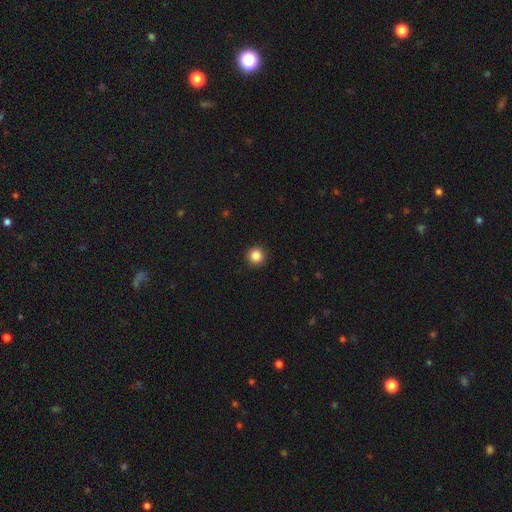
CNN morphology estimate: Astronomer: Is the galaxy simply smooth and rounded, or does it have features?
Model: smooth — 86%.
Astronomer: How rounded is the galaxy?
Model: round — 96%.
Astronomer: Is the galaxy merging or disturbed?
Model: none — 93%.